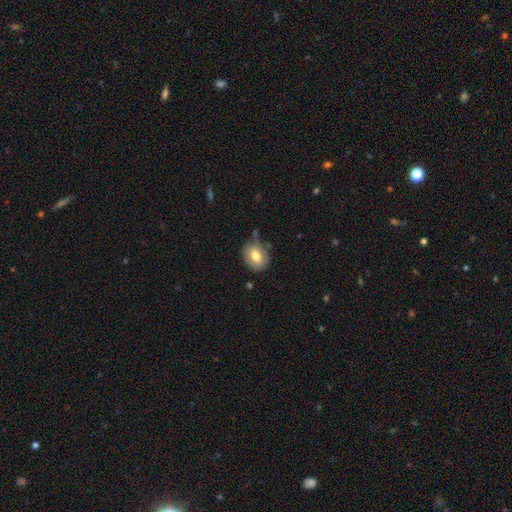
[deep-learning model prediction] Smooth or featured? Predicted: smooth (p=0.71). How rounded? Predicted: in between (p=0.61). Merging? Predicted: none (p=0.67).